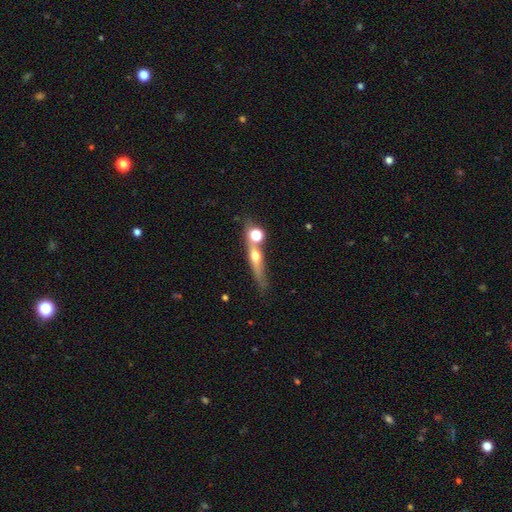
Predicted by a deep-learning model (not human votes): Q: Smooth or featured?
A: featured or disk (54%); runner-up: smooth (35%)
Q: Edge-on disk?
A: yes (86%); runner-up: no (14%)
Q: Merging?
A: none (59%); runner-up: merger (24%)